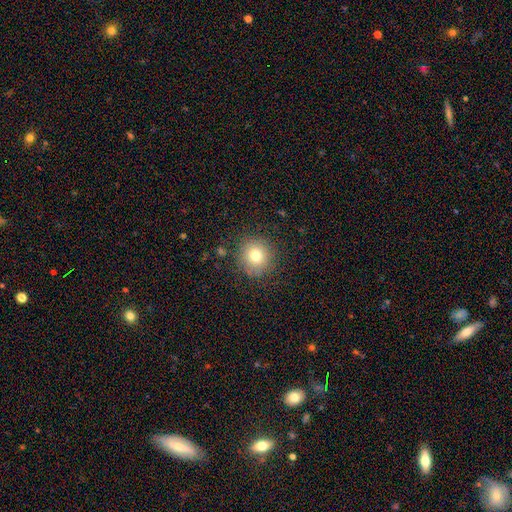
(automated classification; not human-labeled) Morphology: type=smooth (76%); roundness=round (93%); merging=none (86%).